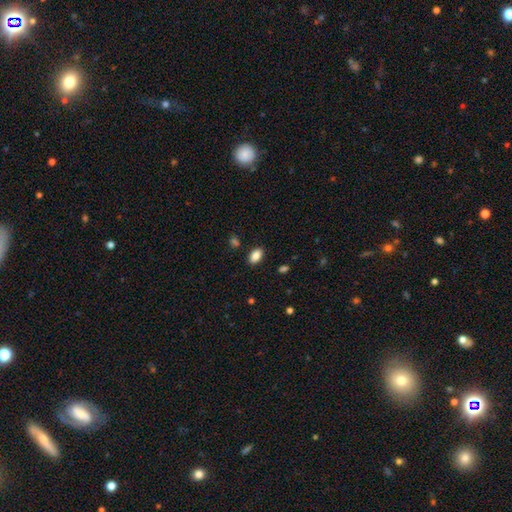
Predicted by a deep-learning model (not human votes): Q: Smooth or featured?
A: smooth (86%); runner-up: star or artifact (9%)
Q: How rounded?
A: in between (89%); runner-up: round (9%)
Q: Merging?
A: none (88%); runner-up: minor disturbance (8%)